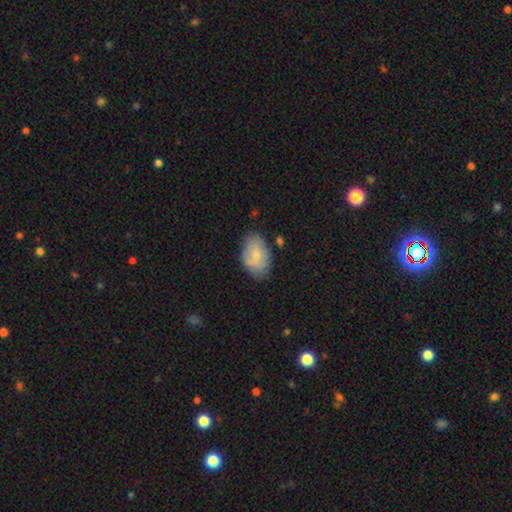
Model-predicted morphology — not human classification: Smooth or featured? Predicted: smooth (p=0.69). How rounded? Predicted: in between (p=0.88). Merging? Predicted: none (p=0.66).